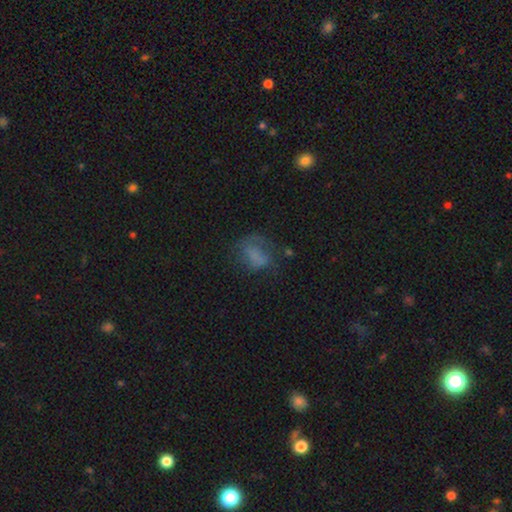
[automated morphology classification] smooth-or-featured: smooth: 59% | featured or disk: 24% | star or artifact: 17%
  how-rounded: in between: 66% | round: 31% | cigar-shaped: 3%
  merging: none: 40% | major disturbance: 32% | minor disturbance: 25% | merger: 4%